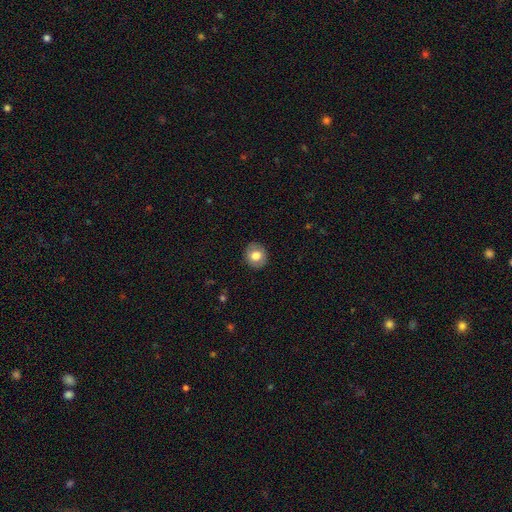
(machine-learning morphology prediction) Smooth or featured: smooth — 77% (featured or disk — 15%)
How rounded: round — 80% (in between — 19%)
Merging: none — 88% (minor disturbance — 9%)